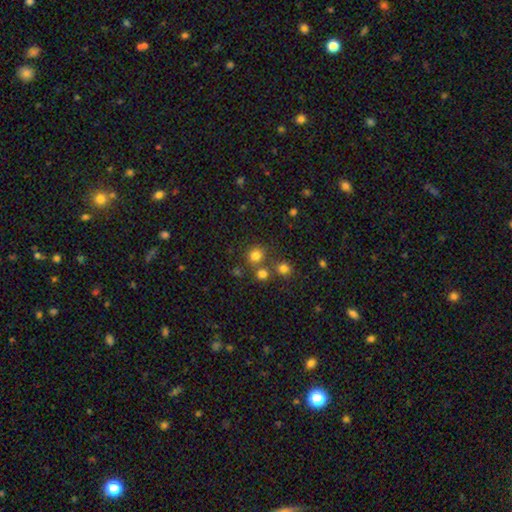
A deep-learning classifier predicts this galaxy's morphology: Smooth or featured? smooth (77%)
How rounded? round (86%)
Merging? none (70%)